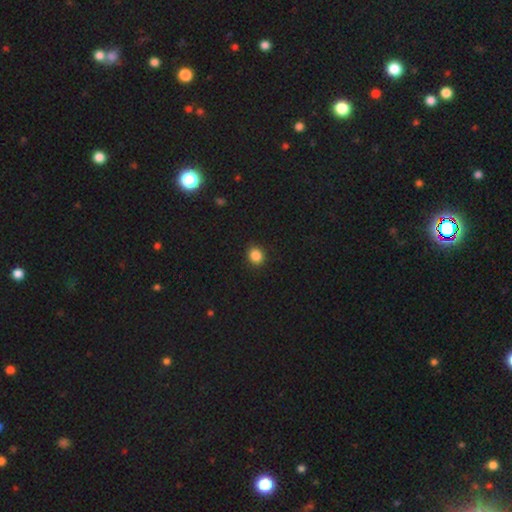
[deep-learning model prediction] smooth_or_featured: smooth (p=0.86) [alt: star or artifact p=0.11]
how_rounded: round (p=0.70) [alt: in between p=0.29]
merging: none (p=0.91) [alt: minor disturbance p=0.07]